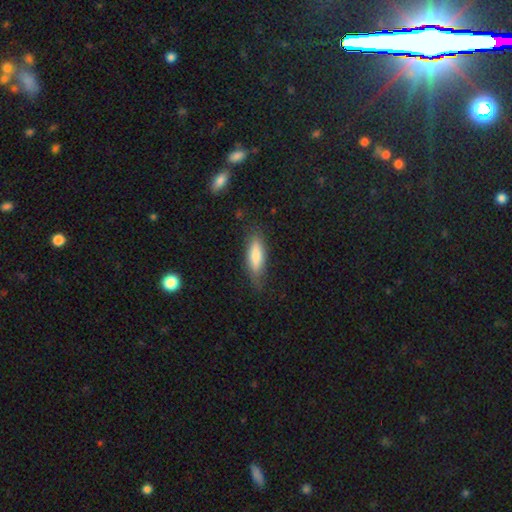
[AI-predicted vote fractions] Morphology: type=smooth (75%); roundness=cigar-shaped (54%); merging=none (76%).